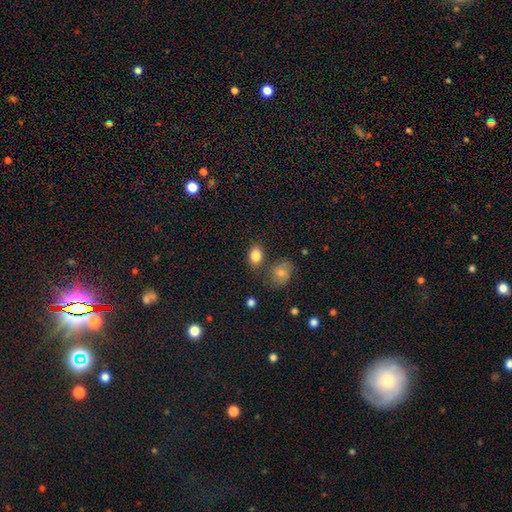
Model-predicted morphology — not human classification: smooth 85%, star or artifact 8%, featured or disk 7%. Down the decision tree: how rounded — in between (74%); merging — none (72%).